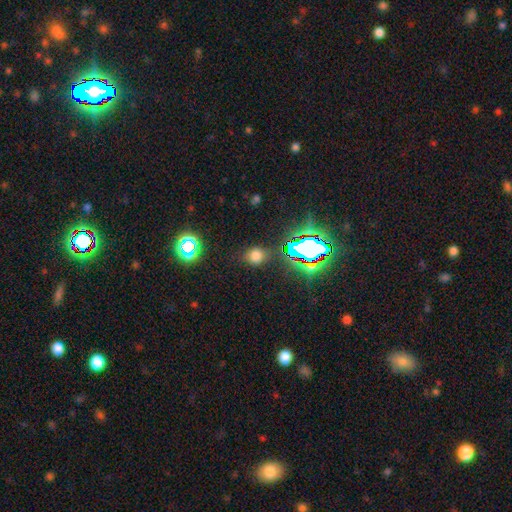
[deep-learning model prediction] smooth_or_featured: smooth (p=0.65) [alt: star or artifact p=0.28]
how_rounded: round (p=0.64) [alt: in between p=0.34]
merging: none (p=0.77) [alt: minor disturbance p=0.15]